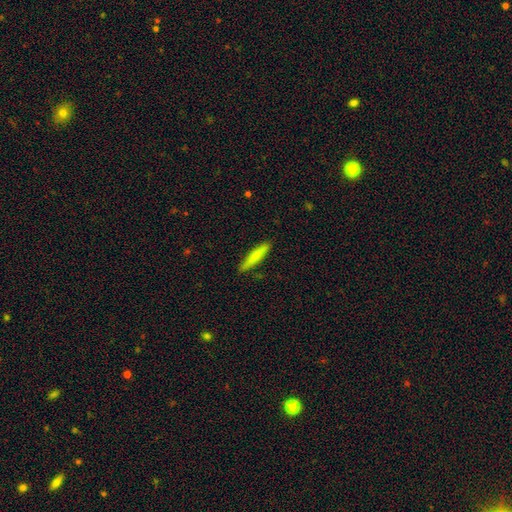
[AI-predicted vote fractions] Smooth or featured?
  - smooth: 77% *
  - featured or disk: 18%
  - star or artifact: 6%
How rounded?
  - cigar-shaped: 91% *
  - in between: 8%
  - round: 1%
Merging?
  - none: 88% *
  - minor disturbance: 9%
  - major disturbance: 2%
  - merger: 1%